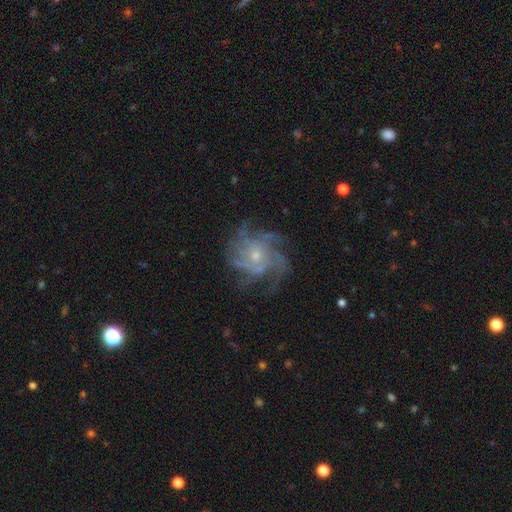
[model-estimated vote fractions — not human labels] A featured or disk galaxy (84%) with no bar (77%), 4 (34%) medium (43%) spiral arms (96%) and a small central bulge (65%). Merging: none (72%).